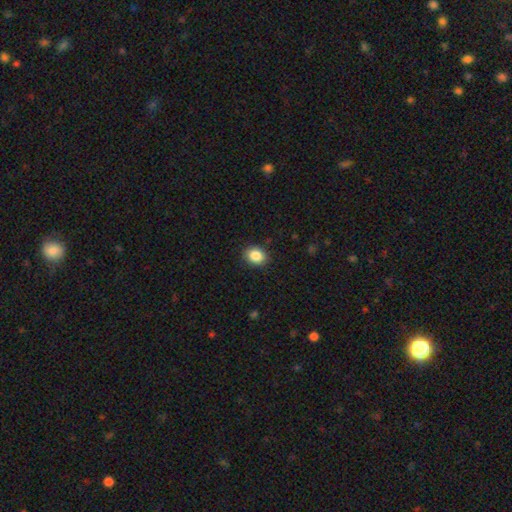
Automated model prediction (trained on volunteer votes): smooth 87%, star or artifact 9%, featured or disk 4%. Down the decision tree: how rounded — round (51%); merging — none (88%).